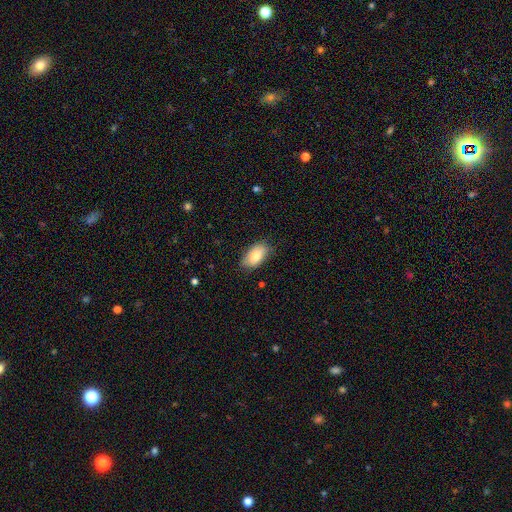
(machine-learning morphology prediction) This is likely a smooth galaxy (78%). How rounded: clearly in between (93%). Merging: likely none (76%).